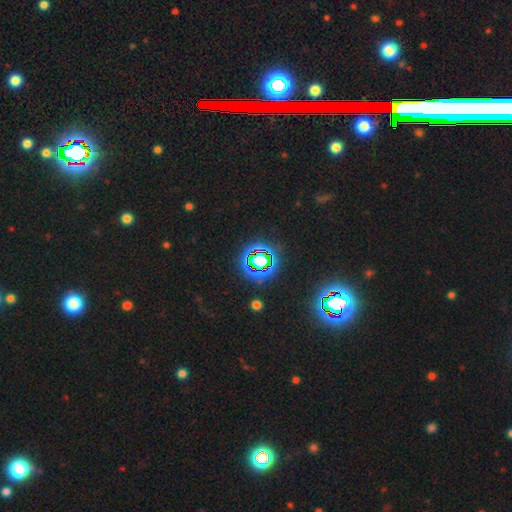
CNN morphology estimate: A star or artifact, not a galaxy (76%).